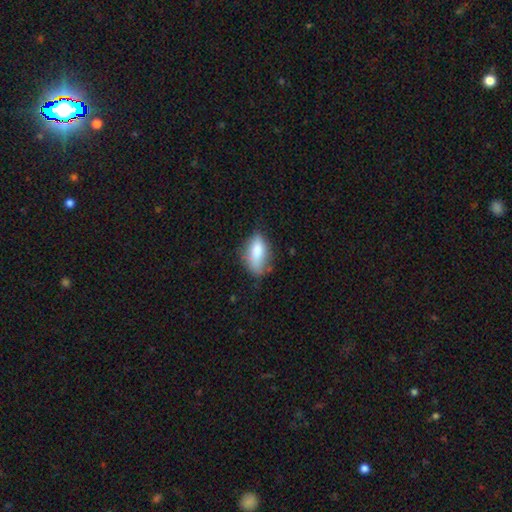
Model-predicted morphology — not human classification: Overall: smooth (81%). How rounded: in between (88%). Merging: none (53%; minor disturbance 33%).